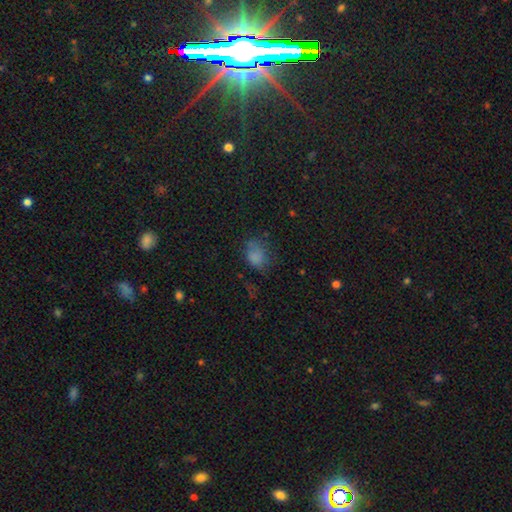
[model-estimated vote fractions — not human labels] This appears to be a smooth galaxy with no disk features (76%) that is in between round and cigar-shaped (66%). Merging: none (52%).